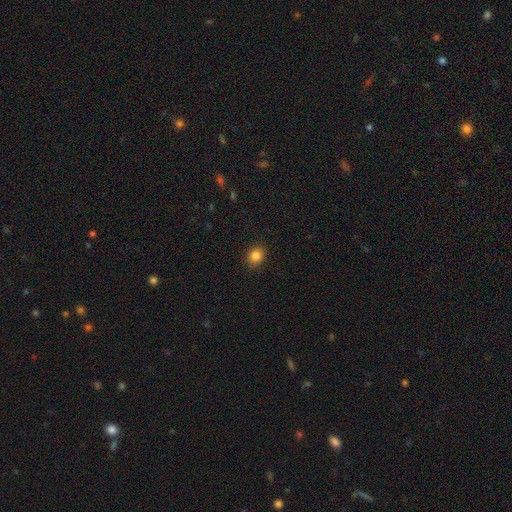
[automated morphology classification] This is clearly a smooth galaxy (84%). How rounded: likely round (66%). Merging: clearly none (90%).